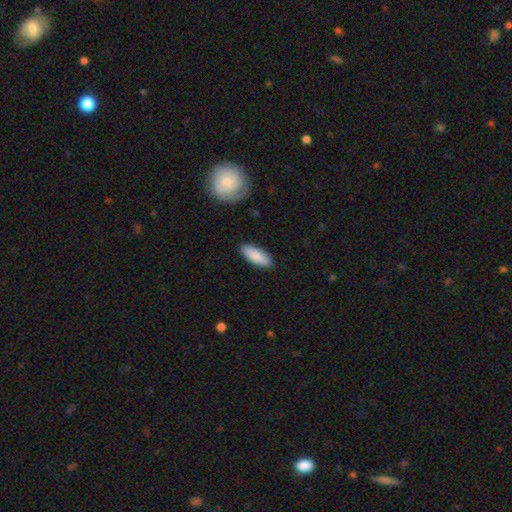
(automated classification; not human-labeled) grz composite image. It shows a smooth galaxy with no disk features (87%) that is in between round and cigar-shaped (76%). Merging: none (87%).